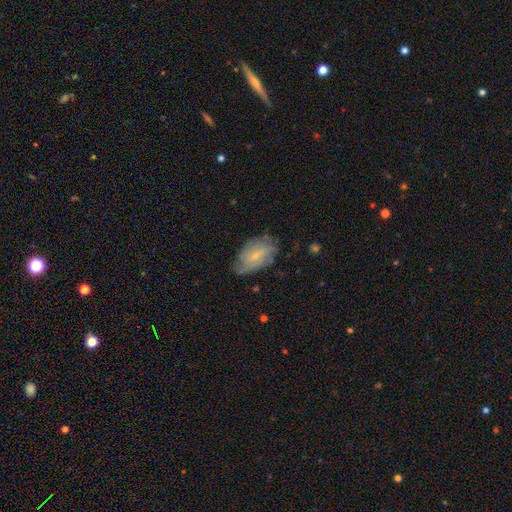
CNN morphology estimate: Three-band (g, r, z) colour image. It shows a featured or disk galaxy (51%). Merging: none (64%).